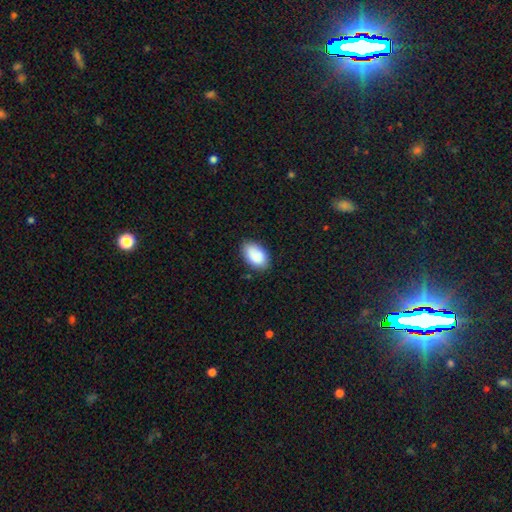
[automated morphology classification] Overall: smooth (89%). How rounded: in between (92%). Merging: none (81%).